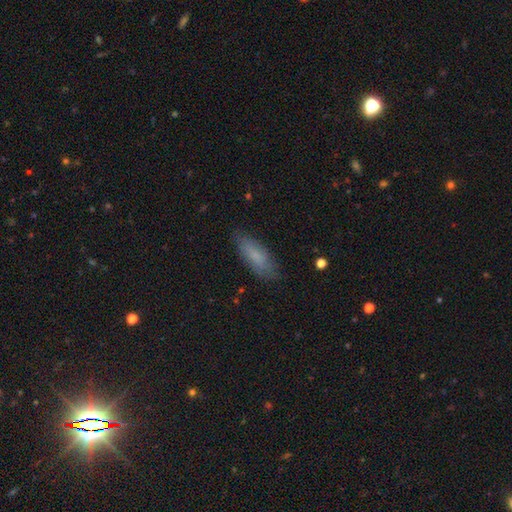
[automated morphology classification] Smooth or featured?
  - smooth: 76% *
  - featured or disk: 17%
  - star or artifact: 7%
How rounded?
  - in between: 60% *
  - cigar-shaped: 38%
  - round: 2%
Merging?
  - none: 80% *
  - minor disturbance: 15%
  - major disturbance: 3%
  - merger: 1%